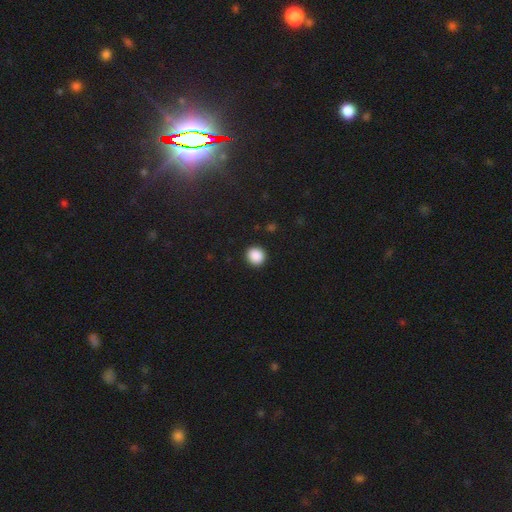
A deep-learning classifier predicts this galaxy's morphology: This is clearly a smooth galaxy (89%). How rounded: clearly round (85%). Merging: clearly none (92%).